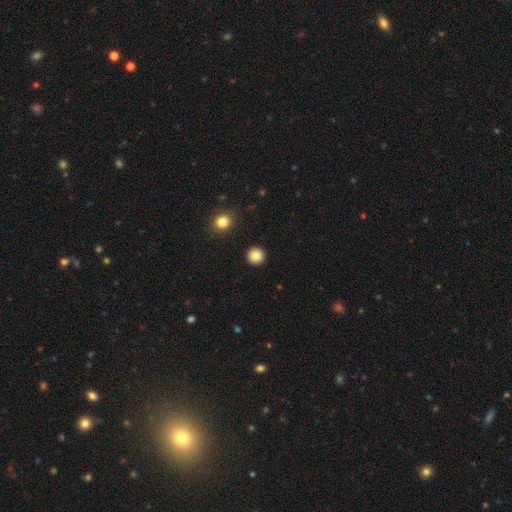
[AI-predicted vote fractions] smooth-or-featured: smooth: 85% | star or artifact: 10% | featured or disk: 5%
  how-rounded: round: 95% | in between: 4% | cigar-shaped: 1%
  merging: none: 93% | minor disturbance: 4% | major disturbance: 2% | merger: 1%